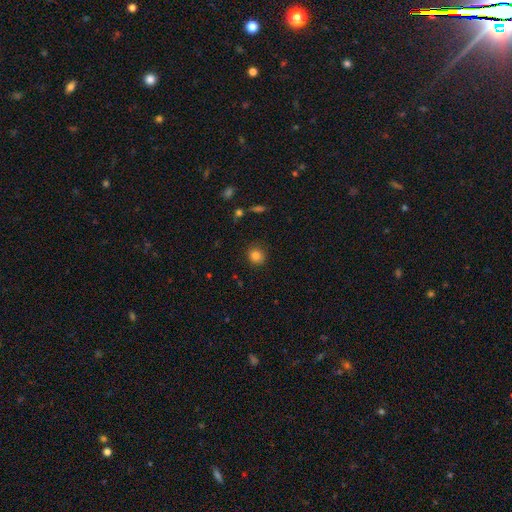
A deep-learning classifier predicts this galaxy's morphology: smooth_or_featured: smooth (p=0.83) [alt: star or artifact p=0.12]
how_rounded: round (p=0.85) [alt: in between p=0.14]
merging: none (p=0.88) [alt: minor disturbance p=0.09]